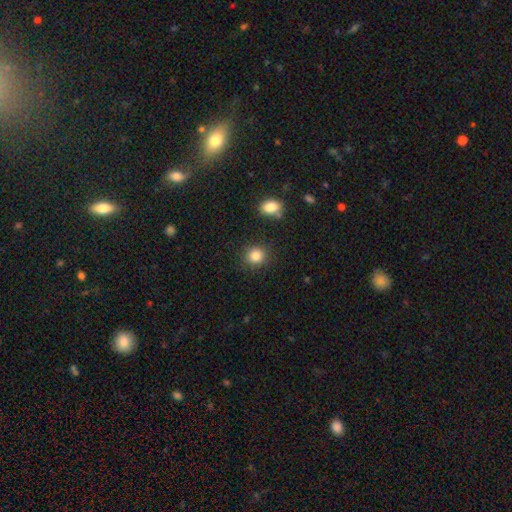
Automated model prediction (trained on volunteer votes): smooth-or-featured: smooth: 85% | star or artifact: 10% | featured or disk: 5%
  how-rounded: round: 84% | in between: 15% | cigar-shaped: 1%
  merging: none: 87% | minor disturbance: 8% | major disturbance: 3% | merger: 2%